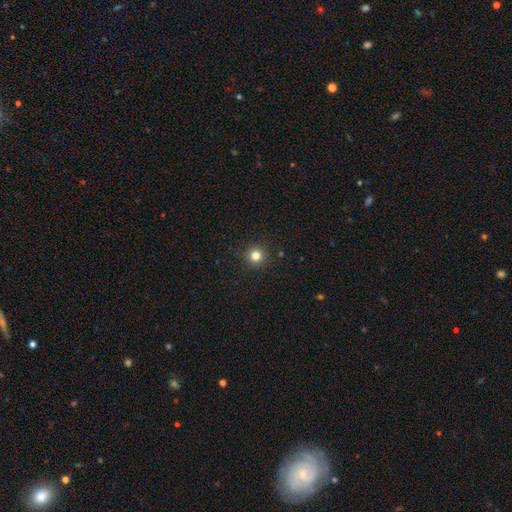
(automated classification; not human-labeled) Smooth or featured? smooth (81%)
How rounded? round (96%)
Merging? none (92%)